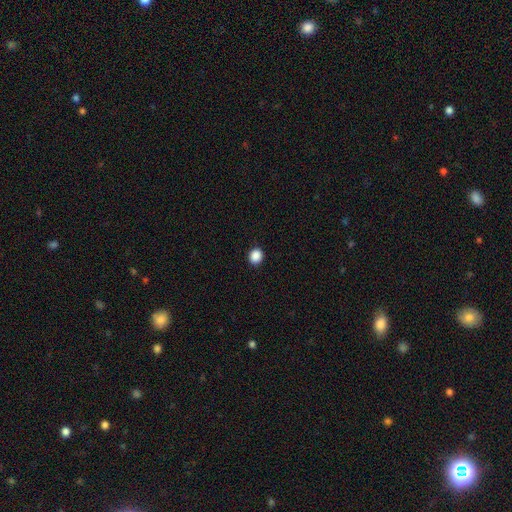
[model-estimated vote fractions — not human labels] Overall: smooth (88%). How rounded: round (78%). Merging: none (92%).